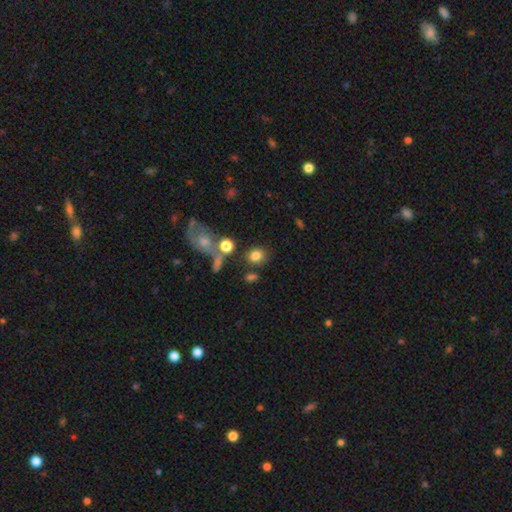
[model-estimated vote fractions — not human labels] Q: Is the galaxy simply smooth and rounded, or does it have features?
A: smooth — 79%.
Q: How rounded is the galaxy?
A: round — 66%.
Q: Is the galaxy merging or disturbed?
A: none — 69%.